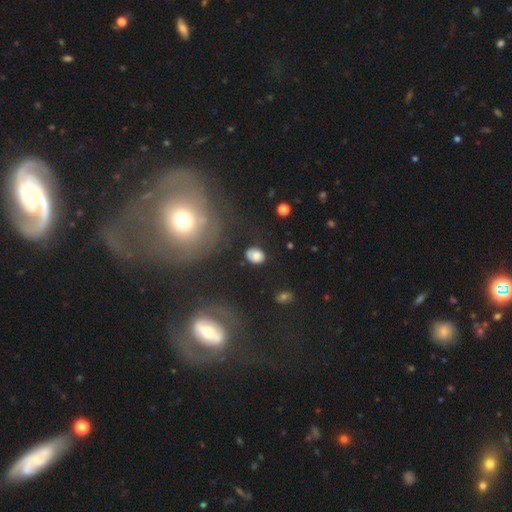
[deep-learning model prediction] The model was most divided on "how rounded": in between: 56%, round: 43%, cigar-shaped: 1%. More confident: smooth or featured — smooth (75%); merging — none (72%).